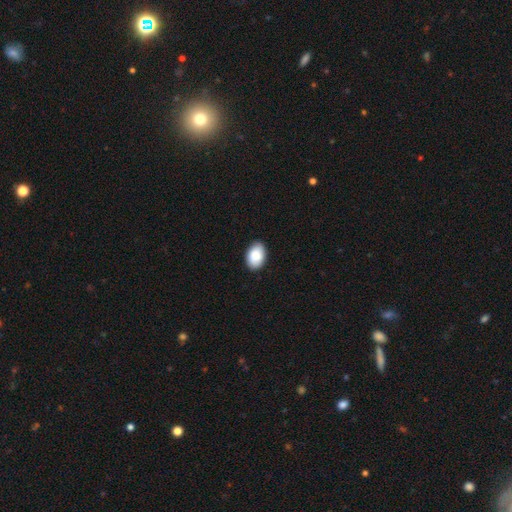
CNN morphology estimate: smooth-or-featured: smooth: 88% | star or artifact: 6% | featured or disk: 6%
  how-rounded: in between: 88% | round: 11% | cigar-shaped: 1%
  merging: none: 87% | minor disturbance: 10% | major disturbance: 2% | merger: 1%